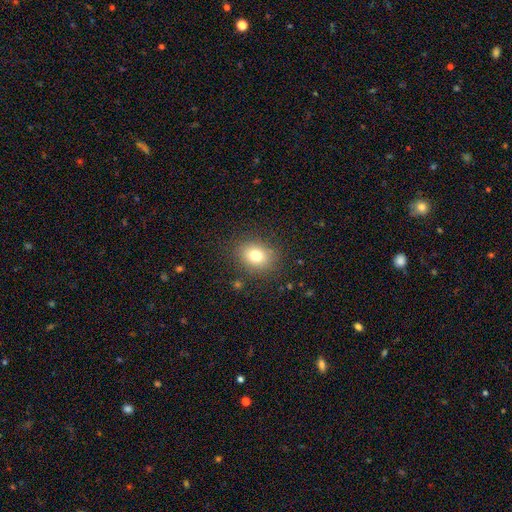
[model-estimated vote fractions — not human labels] This is likely a smooth galaxy (78%). How rounded: possibly round (56%). Merging: clearly none (85%).